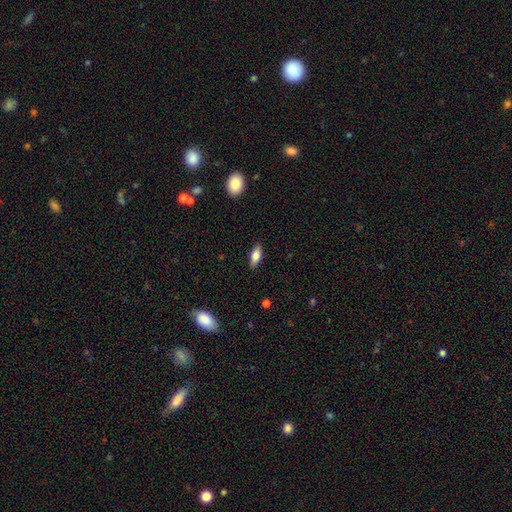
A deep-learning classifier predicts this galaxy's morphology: This appears to be a smooth galaxy with no disk features (76%) that is in between round and cigar-shaped (76%). Merging: none (87%).